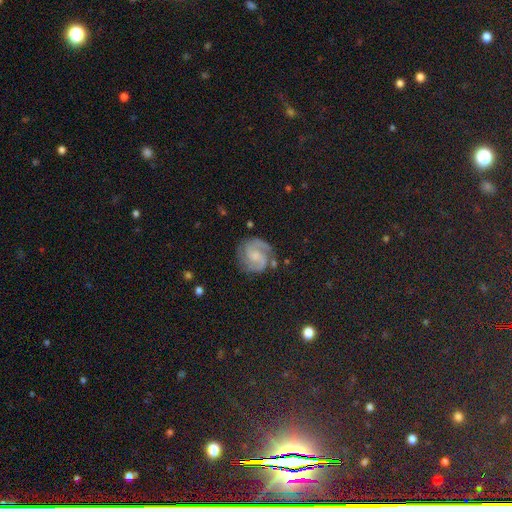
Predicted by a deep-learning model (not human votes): featured or disk 85%, smooth 9%, star or artifact 6%. Down the decision tree: edge-on disk — no (98%); bar — no (54%); spiral arms — yes (97%); spiral arm count — 2 (81%); spiral winding — medium (50%); bulge size — small (48%); merging — none (76%).